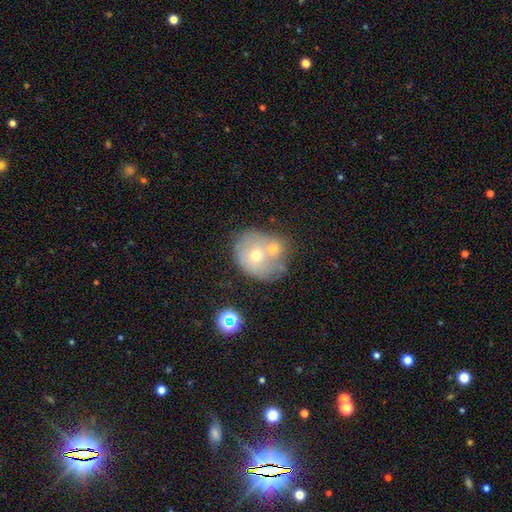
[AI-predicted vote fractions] Overall: smooth (53%; featured or disk 34%). How rounded: round (72%). Merging: merger (55%; none 29%).